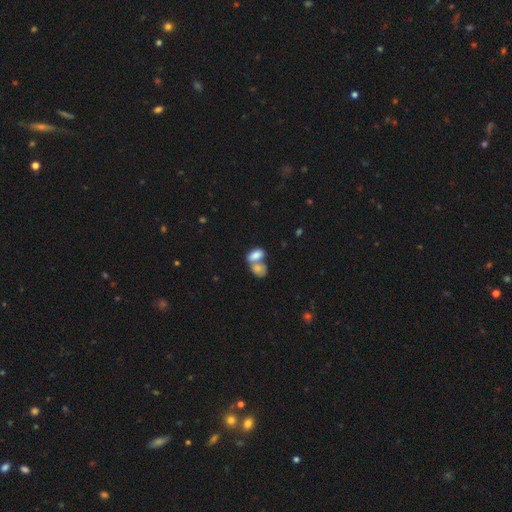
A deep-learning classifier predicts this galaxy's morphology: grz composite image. It shows a smooth galaxy with no disk features (81%) that is in between round and cigar-shaped (90%). Merging: merger (67%).